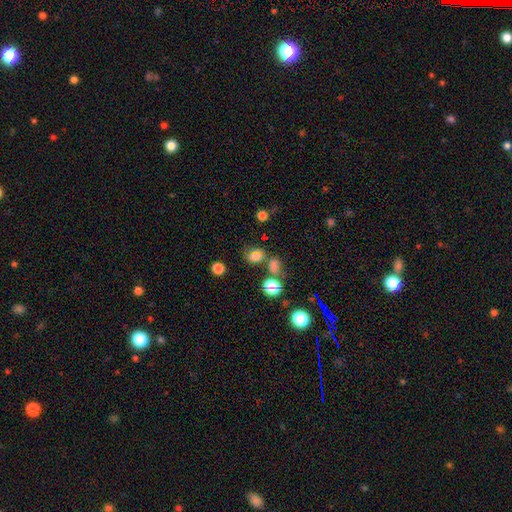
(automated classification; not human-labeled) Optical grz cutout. It shows a smooth galaxy with no disk features (74%) that is round (53%). Merging: none (59%).